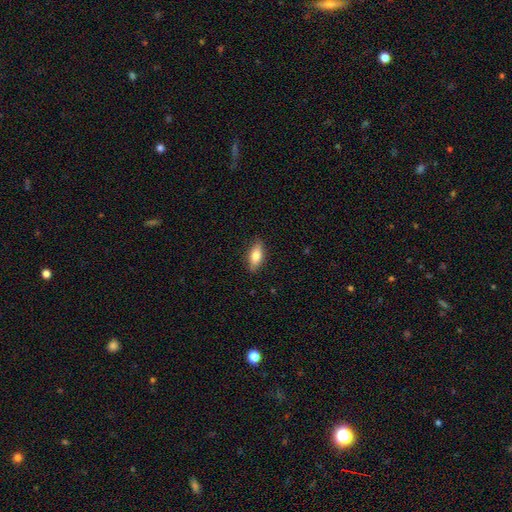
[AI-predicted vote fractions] smooth 78%, featured or disk 16%, star or artifact 6%. Down the decision tree: how rounded — in between (78%); merging — none (86%).